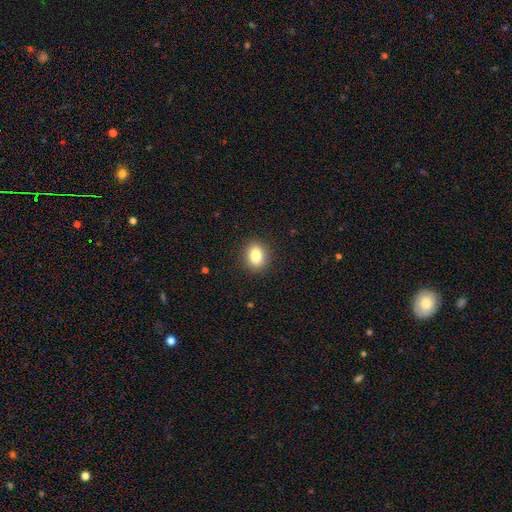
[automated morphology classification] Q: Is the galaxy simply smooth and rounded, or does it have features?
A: smooth — 83%.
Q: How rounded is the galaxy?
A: in between — 51%.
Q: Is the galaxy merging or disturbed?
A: none — 89%.